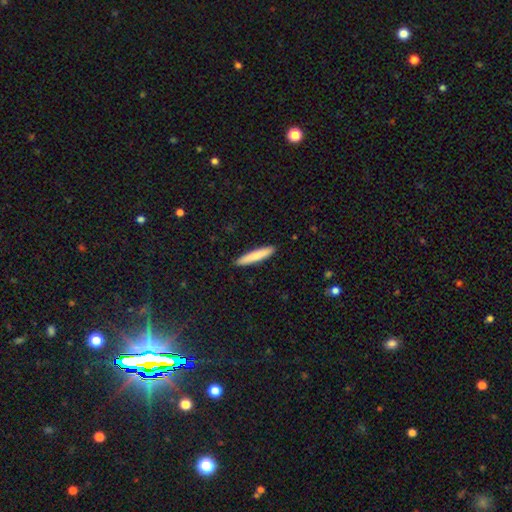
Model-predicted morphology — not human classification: The model was most divided on "smooth or featured": smooth: 81%, featured or disk: 14%, star or artifact: 5%. More confident: how rounded — cigar-shaped (92%); merging — none (92%).